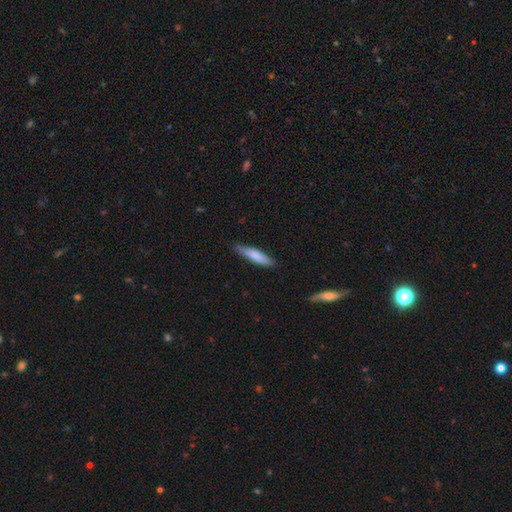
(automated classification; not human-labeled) Smooth or featured? smooth (78%)
How rounded? cigar-shaped (82%)
Merging? none (80%)